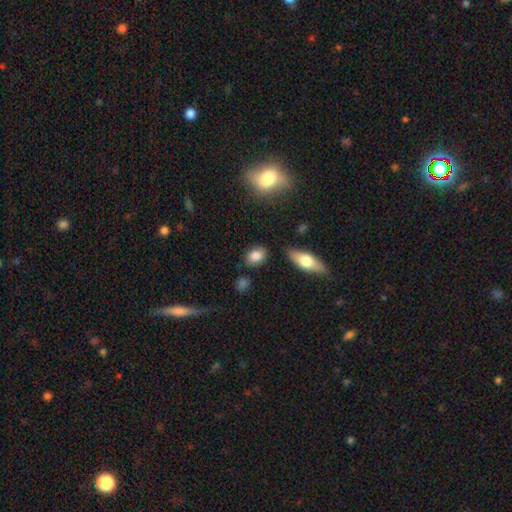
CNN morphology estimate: Overall: smooth (82%). How rounded: in between (79%). Merging: none (82%).